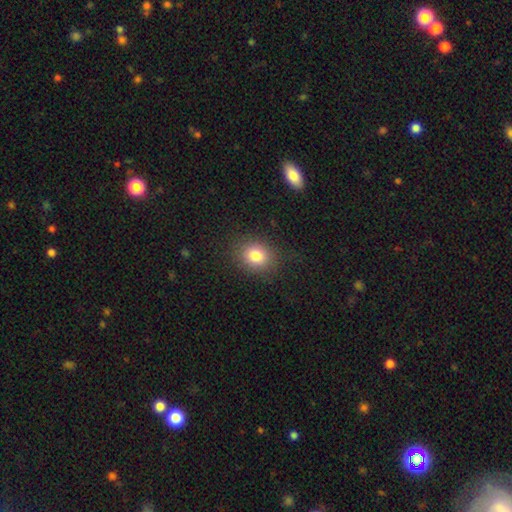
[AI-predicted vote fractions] Q: Smooth or featured?
A: smooth (81%); runner-up: star or artifact (11%)
Q: How rounded?
A: round (60%); runner-up: in between (39%)
Q: Merging?
A: none (84%); runner-up: minor disturbance (10%)